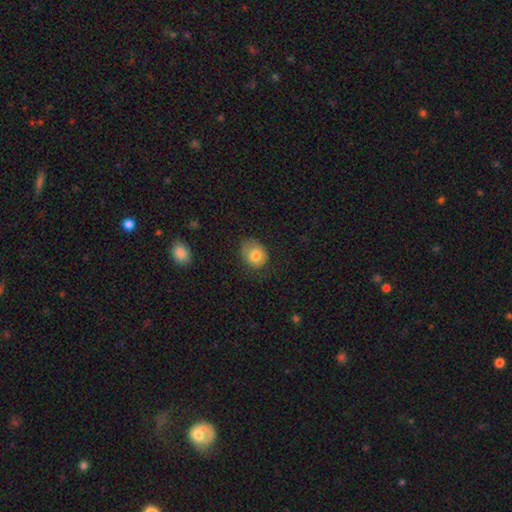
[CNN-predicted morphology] Smooth or featured? smooth (78%)
How rounded? in between (51%)
Merging? none (53%)